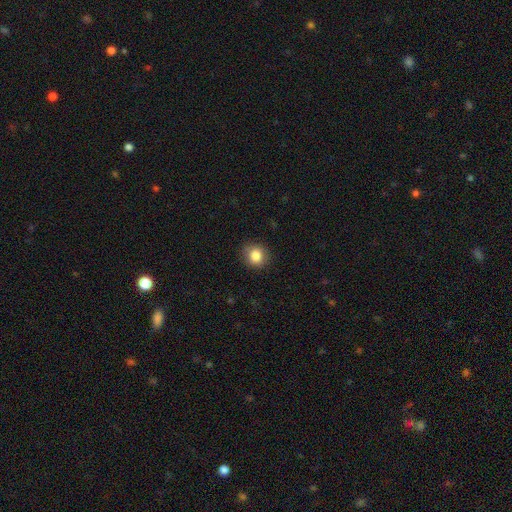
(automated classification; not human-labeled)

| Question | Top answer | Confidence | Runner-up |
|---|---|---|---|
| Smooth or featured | smooth | 85% | star or artifact (10%) |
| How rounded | round | 79% | in between (20%) |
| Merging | none | 87% | minor disturbance (10%) |